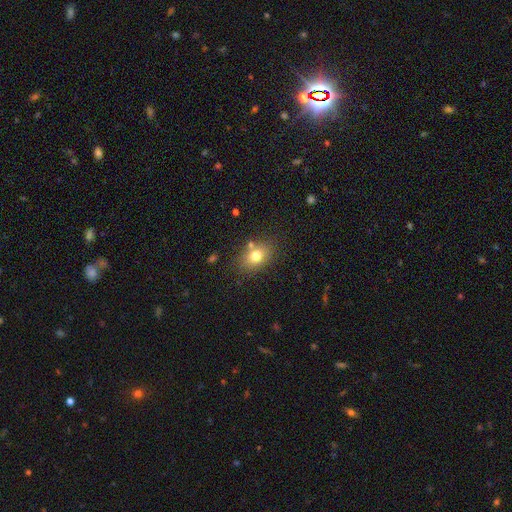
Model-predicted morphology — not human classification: smooth 76%, featured or disk 13%, star or artifact 11%. Down the decision tree: how rounded — in between (74%); merging — none (76%).